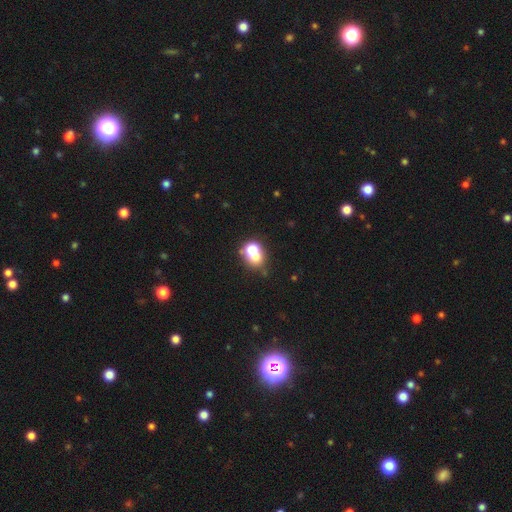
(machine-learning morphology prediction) Q: Smooth or featured?
A: smooth (61%); runner-up: featured or disk (22%)
Q: How rounded?
A: round (60%); runner-up: in between (38%)
Q: Merging?
A: merger (49%); runner-up: none (36%)